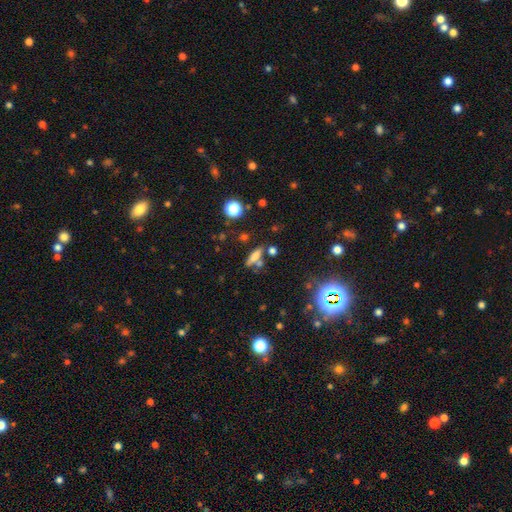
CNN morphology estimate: Smooth or featured? Predicted: smooth (p=0.62). How rounded? Predicted: cigar-shaped (p=0.47). Merging? Predicted: none (p=0.56).